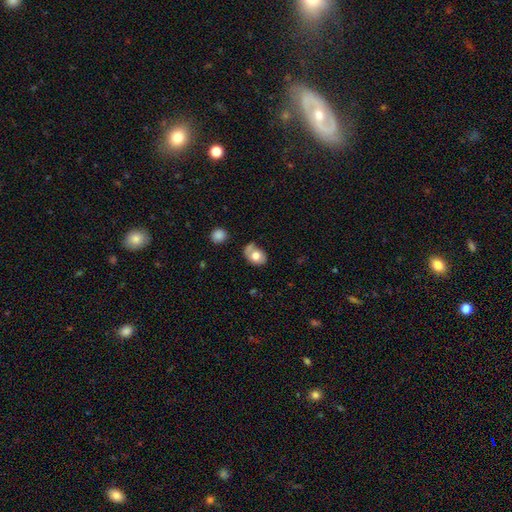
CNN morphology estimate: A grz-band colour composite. It shows a smooth galaxy with no disk features (72%) that is in between round and cigar-shaped (69%). Merging: none (46%).